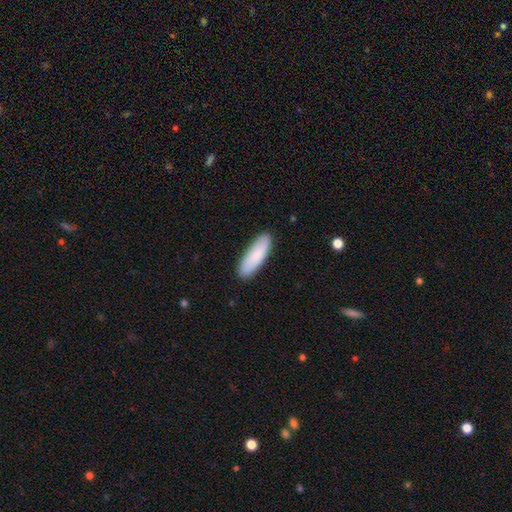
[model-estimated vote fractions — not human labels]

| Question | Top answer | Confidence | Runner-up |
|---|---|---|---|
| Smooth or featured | smooth | 85% | featured or disk (10%) |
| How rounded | cigar-shaped | 50% | in between (49%) |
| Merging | none | 89% | minor disturbance (8%) |